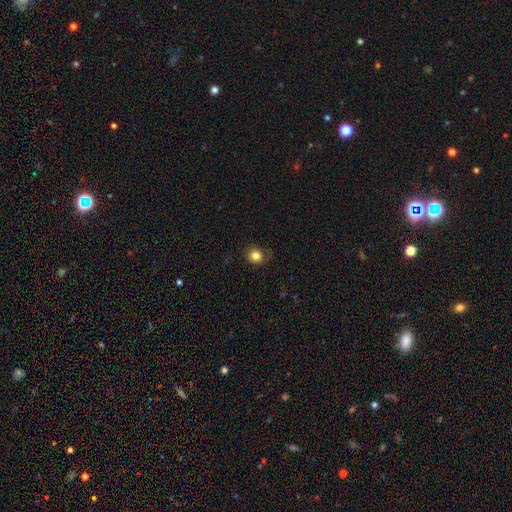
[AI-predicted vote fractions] A smooth galaxy with no disk features (82%) that is round (76%).

Vote fractions:
- Smooth or featured? smooth: 82% / star or artifact: 12% / featured or disk: 7%
- How rounded? round: 76% / in between: 23% / cigar-shaped: 1%
- Merging? none: 79% / minor disturbance: 16% / major disturbance: 4% / merger: 1%